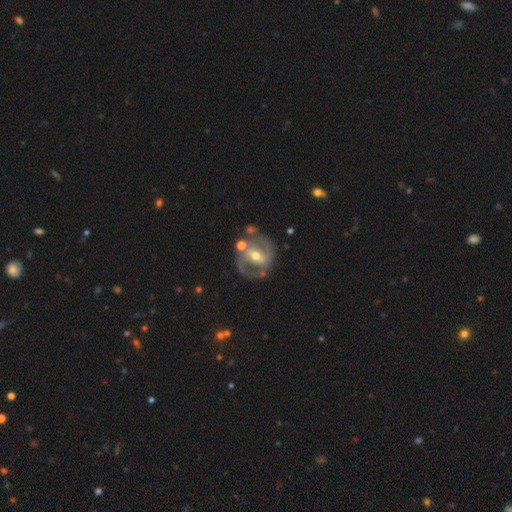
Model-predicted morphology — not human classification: This is clearly a featured or disk galaxy (84%). It is clearly not viewed edge-on (97%). Bar: marginally weak (42%). Spiral arm pattern: clearly yes (90%). Spiral arm count: clearly 2 (87%). Spiral winding: possibly medium (54%). Central bulge: likely moderate (66%). Merging: likely none (71%).